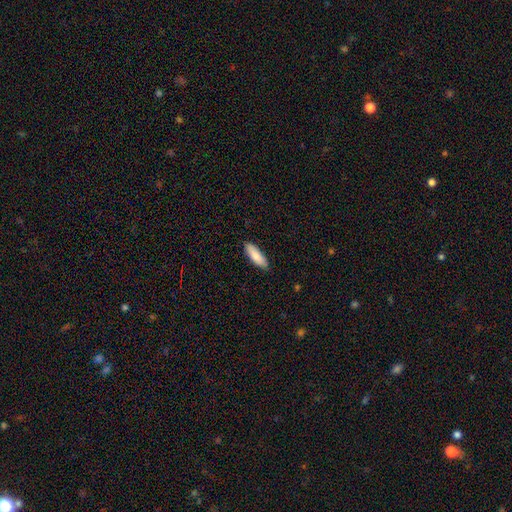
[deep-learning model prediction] A smooth galaxy with no disk features (85%) that is in between round and cigar-shaped (56%).

Vote fractions:
- Smooth or featured? smooth: 85% / featured or disk: 9% / star or artifact: 5%
- How rounded? in between: 56% / cigar-shaped: 43% / round: 2%
- Merging? none: 86% / minor disturbance: 11% / major disturbance: 2% / merger: 1%